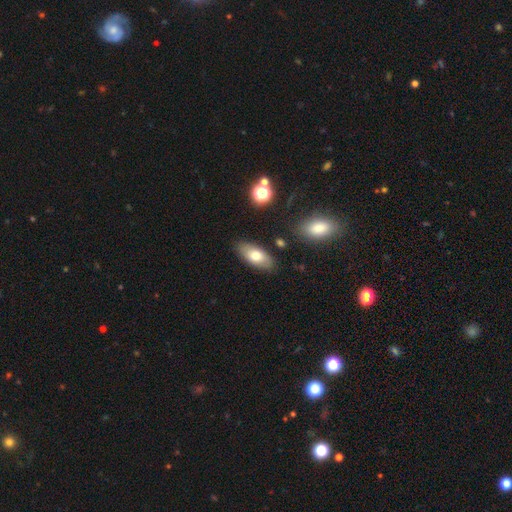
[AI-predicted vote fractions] Smooth or featured? smooth (74%)
How rounded? in between (88%)
Merging? none (84%)